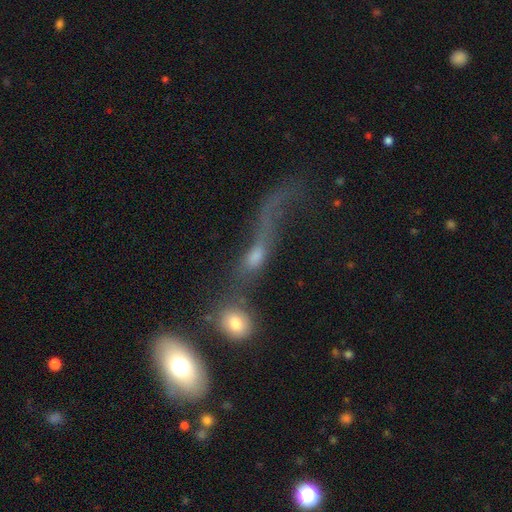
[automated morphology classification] Smooth or featured? smooth (46%)
Merging? merger (41%)